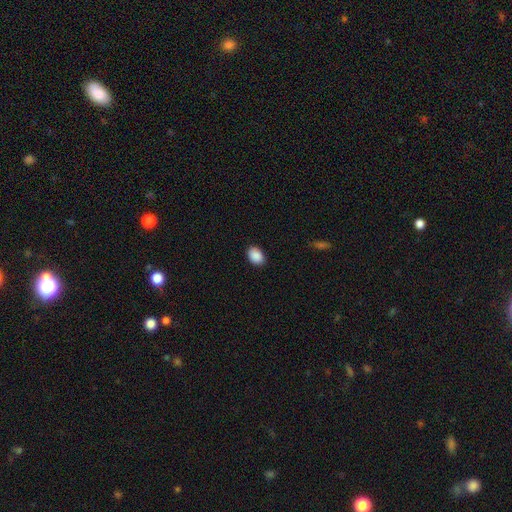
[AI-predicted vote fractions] This appears to be a smooth galaxy with no disk features (90%) that is in between round and cigar-shaped (79%). Merging: none (88%).